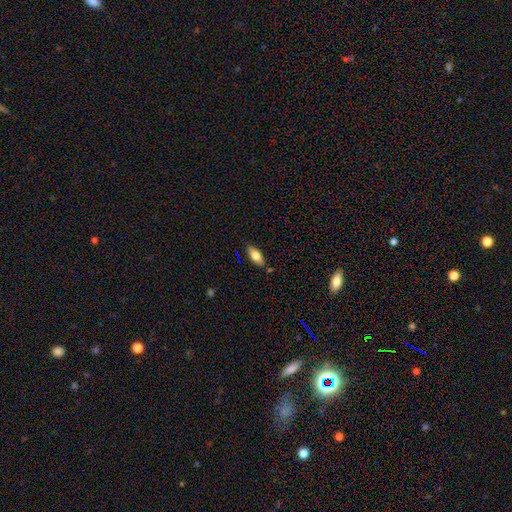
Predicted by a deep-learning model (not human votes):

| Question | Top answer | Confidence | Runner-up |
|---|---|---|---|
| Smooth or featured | smooth | 74% | featured or disk (19%) |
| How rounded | in between | 85% | cigar-shaped (13%) |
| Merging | none | 80% | minor disturbance (14%) |